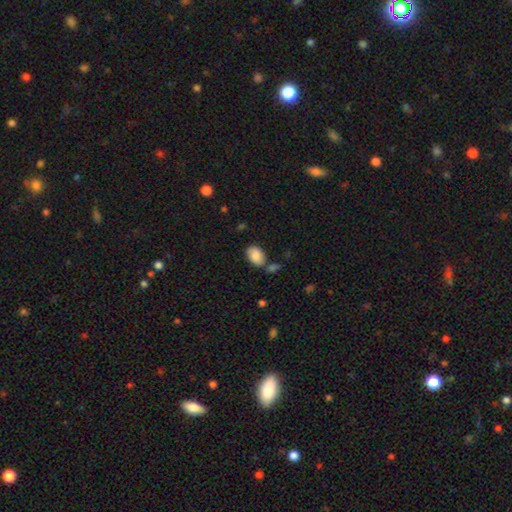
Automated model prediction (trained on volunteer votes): Q: Smooth or featured?
A: smooth (80%); runner-up: featured or disk (13%)
Q: How rounded?
A: in between (87%); runner-up: round (12%)
Q: Merging?
A: none (60%); runner-up: minor disturbance (20%)